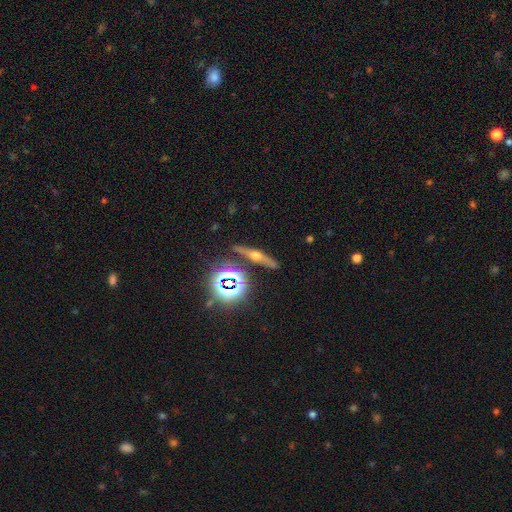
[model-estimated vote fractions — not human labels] Smooth or featured? Predicted: featured or disk (p=0.62). Edge-on disk? Predicted: yes (p=0.94). Edge-on bulge? Predicted: rounded (p=0.93). Merging? Predicted: none (p=0.86).